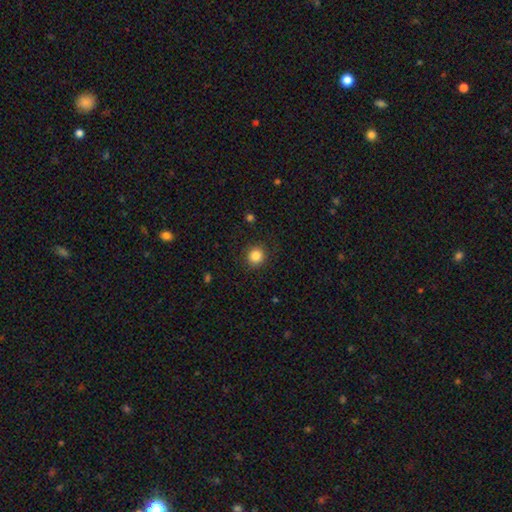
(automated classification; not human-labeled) Overall: smooth (85%). How rounded: round (90%). Merging: none (89%).